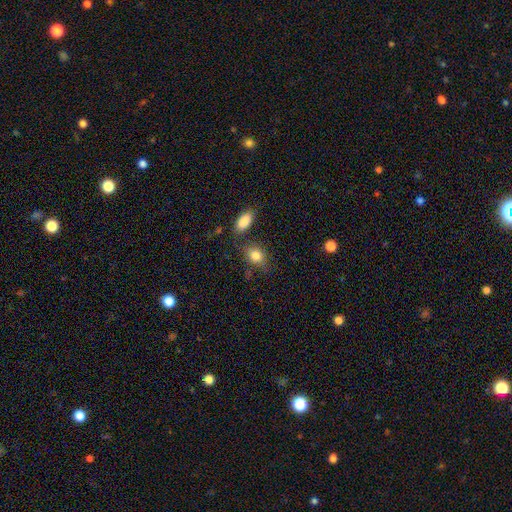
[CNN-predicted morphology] Q: Smooth or featured?
A: smooth (83%); runner-up: star or artifact (9%)
Q: How rounded?
A: in between (60%); runner-up: round (38%)
Q: Merging?
A: none (66%); runner-up: minor disturbance (19%)